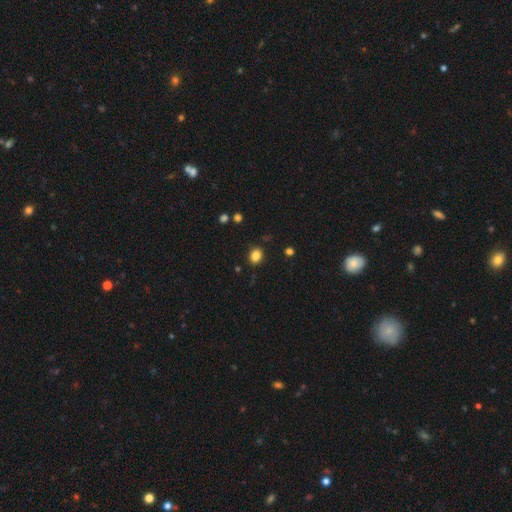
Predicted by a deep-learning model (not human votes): The model was most divided on "how rounded": round: 55%, in between: 44%, cigar-shaped: 1%. More confident: merging — none (86%); smooth or featured — smooth (85%).